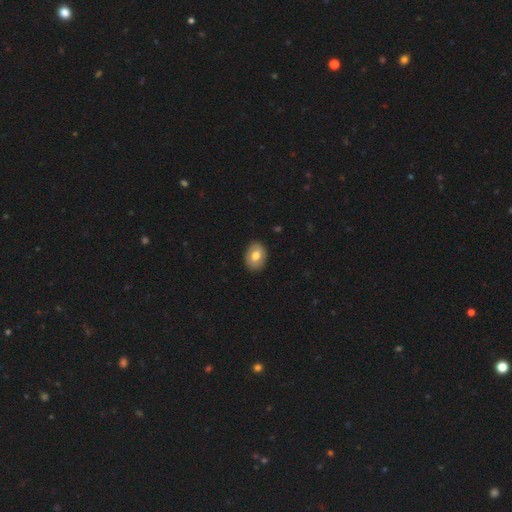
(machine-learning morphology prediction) A smooth galaxy with no disk features (72%) that is in between round and cigar-shaped (68%). Merging: none (88%).